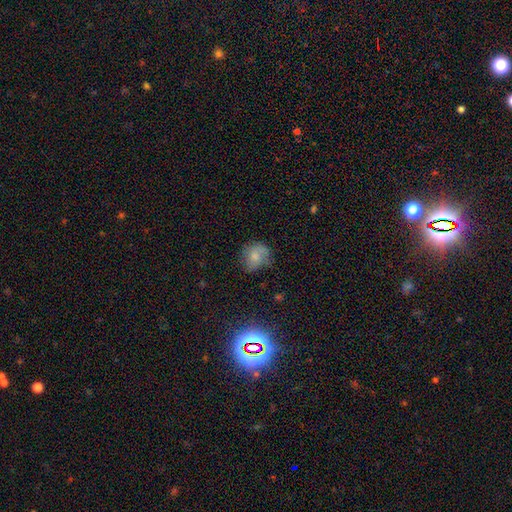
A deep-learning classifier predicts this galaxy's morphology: Smooth or featured? Predicted: smooth (p=0.65). How rounded? Predicted: round (p=0.63). Merging? Predicted: none (p=0.52).